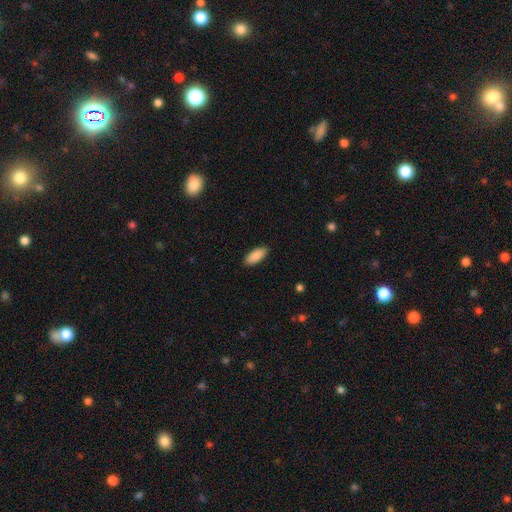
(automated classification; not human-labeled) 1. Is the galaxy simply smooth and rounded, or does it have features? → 90% smooth, 6% star or artifact, 4% featured or disk.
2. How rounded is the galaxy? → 86% in between, 13% cigar-shaped, 2% round.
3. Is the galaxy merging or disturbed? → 90% none, 8% minor disturbance, 2% major disturbance, 1% merger.